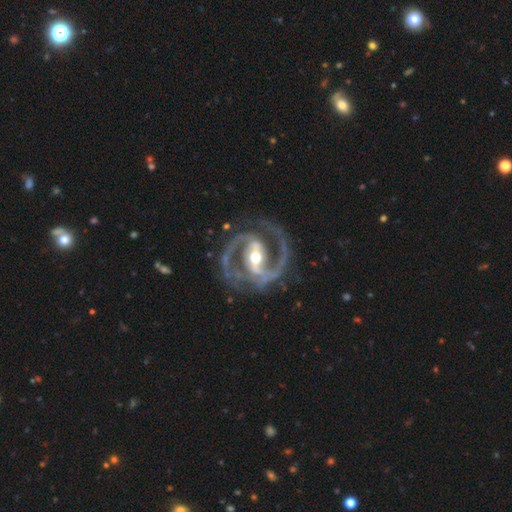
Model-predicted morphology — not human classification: This appears to be a featured or disk galaxy (93%) with a strong bar (60%), 2 (92%) medium (61%) spiral arms (98%) and a moderate central bulge (67%). Merging: none (78%).